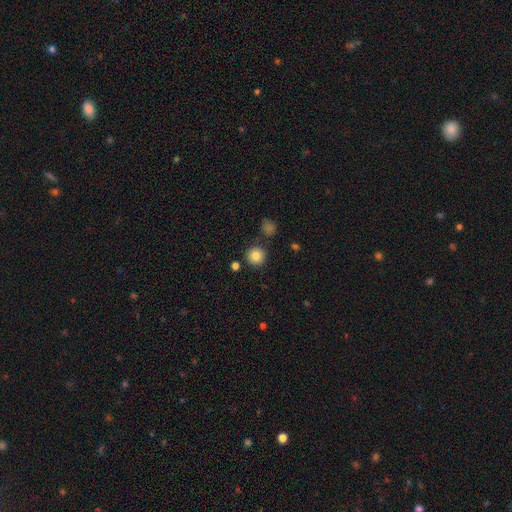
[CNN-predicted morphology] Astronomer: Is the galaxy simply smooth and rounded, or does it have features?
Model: smooth — 84%.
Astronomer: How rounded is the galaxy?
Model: round — 94%.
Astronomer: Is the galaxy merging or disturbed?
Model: none — 84%.